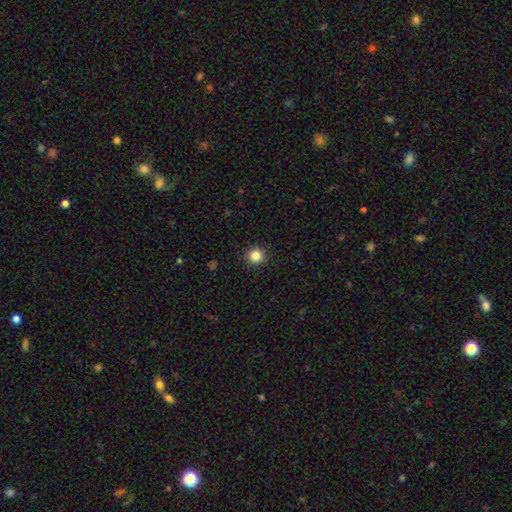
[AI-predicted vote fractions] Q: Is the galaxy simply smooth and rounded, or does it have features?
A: smooth — 85%.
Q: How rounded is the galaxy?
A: round — 94%.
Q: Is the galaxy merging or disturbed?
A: none — 92%.